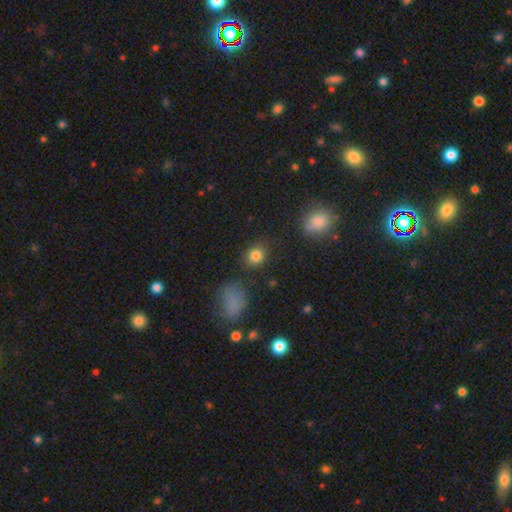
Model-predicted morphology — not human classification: smooth_or_featured: smooth (p=0.83) [alt: star or artifact p=0.11]
how_rounded: round (p=0.72) [alt: in between p=0.26]
merging: none (p=0.83) [alt: minor disturbance p=0.10]